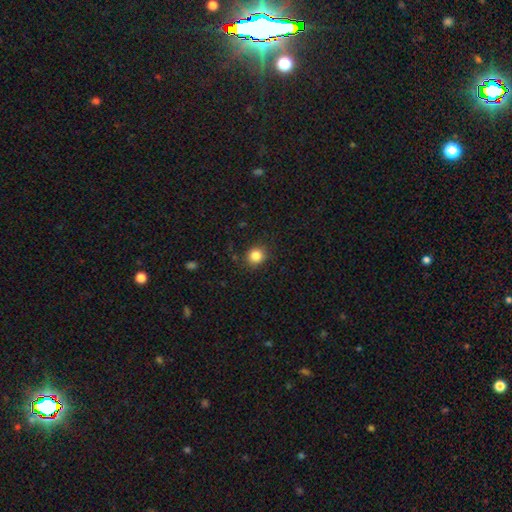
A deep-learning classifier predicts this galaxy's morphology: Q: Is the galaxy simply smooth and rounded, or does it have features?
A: smooth — 84%.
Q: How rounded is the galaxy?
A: round — 86%.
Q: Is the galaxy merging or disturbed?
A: none — 87%.